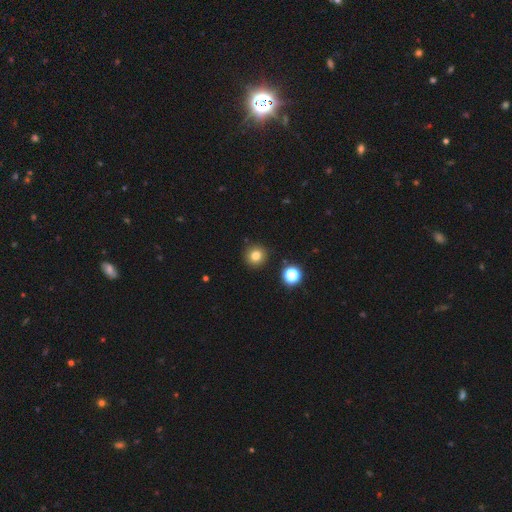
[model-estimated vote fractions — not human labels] Smooth or featured? Predicted: smooth (p=0.79). How rounded? Predicted: round (p=0.93). Merging? Predicted: none (p=0.90).